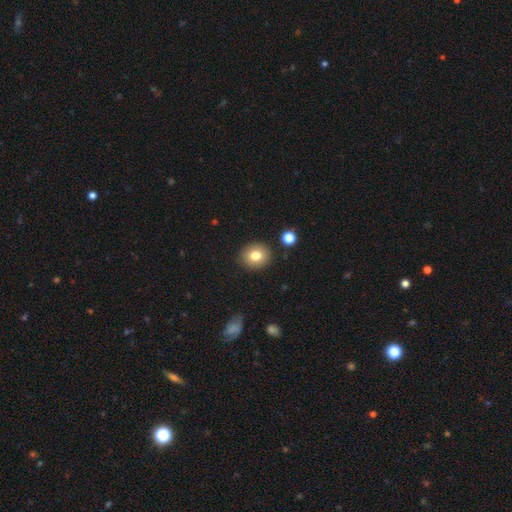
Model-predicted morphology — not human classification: Q: Smooth or featured?
A: smooth (79%); runner-up: featured or disk (11%)
Q: How rounded?
A: round (81%); runner-up: in between (19%)
Q: Merging?
A: none (89%); runner-up: minor disturbance (7%)